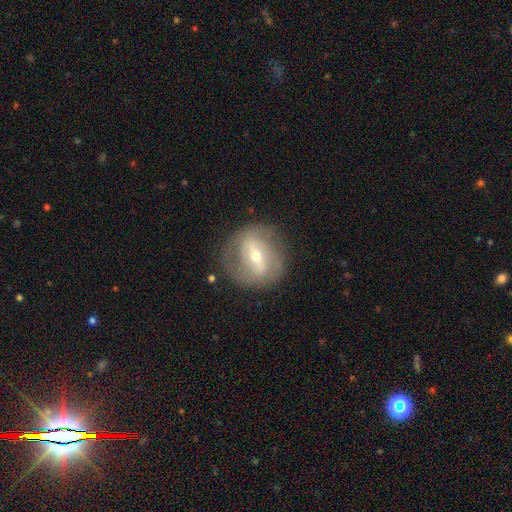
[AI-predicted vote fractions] Smooth or featured? featured or disk (70%)
Edge-on disk? no (93%)
Bar? strong (45%)
Spiral arms? yes (65%)
Bulge size? small (50%)
Merging? none (76%)